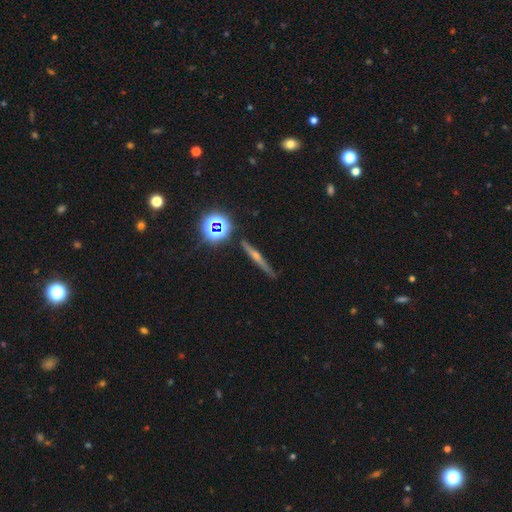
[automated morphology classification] smooth-or-featured: featured or disk: 57% | smooth: 23% | star or artifact: 20%
  disk-edge-on: yes: 95% | no: 5%
    edge-on-bulge: rounded: 77% | none: 17% | boxy: 6%
  merging: none: 87% | minor disturbance: 8% | merger: 2% | major disturbance: 2%